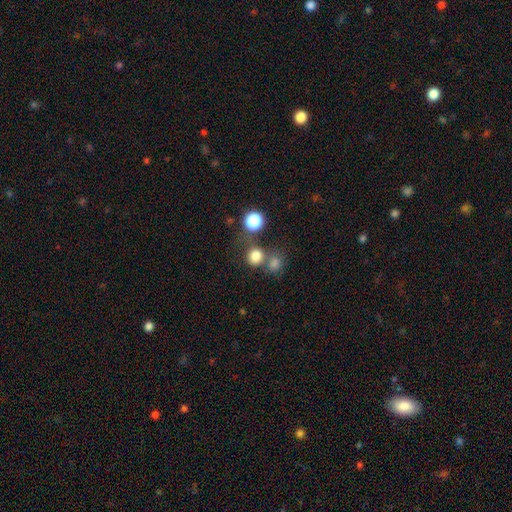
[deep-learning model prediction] smooth-or-featured: smooth: 78% | star or artifact: 15% | featured or disk: 7%
  how-rounded: round: 83% | in between: 16% | cigar-shaped: 1%
  merging: none: 60% | merger: 25% | minor disturbance: 10% | major disturbance: 5%